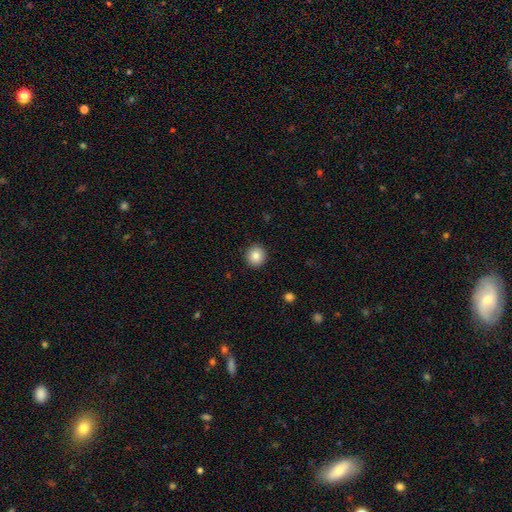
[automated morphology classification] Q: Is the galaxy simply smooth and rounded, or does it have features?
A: smooth — 84%.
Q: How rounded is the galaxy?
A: round — 92%.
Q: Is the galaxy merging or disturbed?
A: none — 92%.